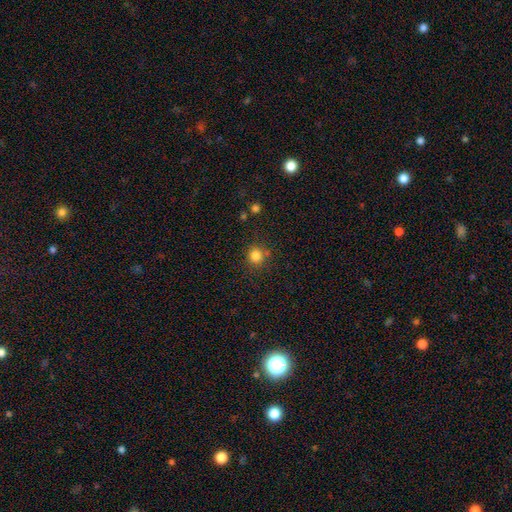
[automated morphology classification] Overall: smooth (83%). How rounded: round (88%). Merging: none (79%).